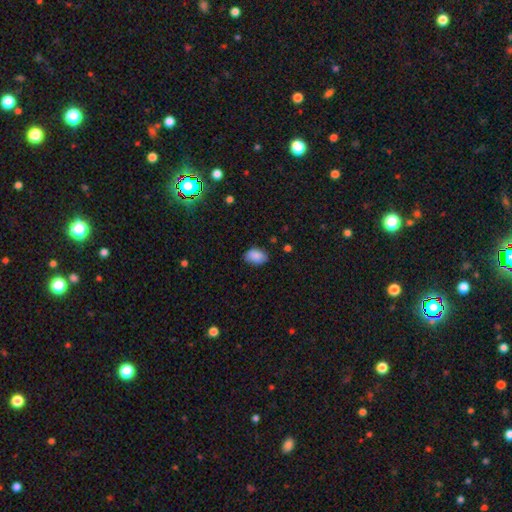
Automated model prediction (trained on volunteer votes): The model was most divided on "merging": none: 80%, minor disturbance: 16%, major disturbance: 3%, merger: 1%. More confident: smooth or featured — smooth (87%); how rounded — in between (86%).